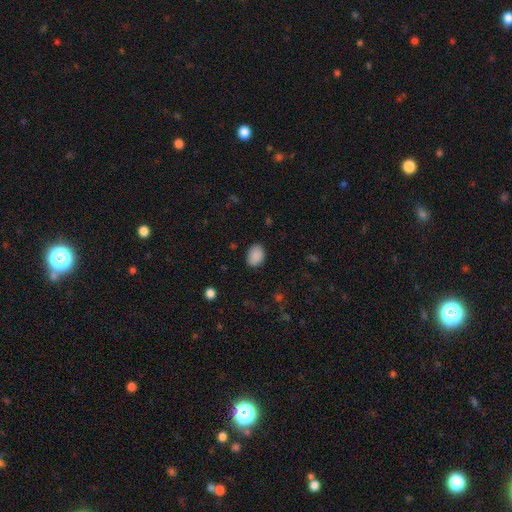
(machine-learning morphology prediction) Smooth or featured? Predicted: smooth (p=0.89). How rounded? Predicted: in between (p=0.74). Merging? Predicted: none (p=0.85).